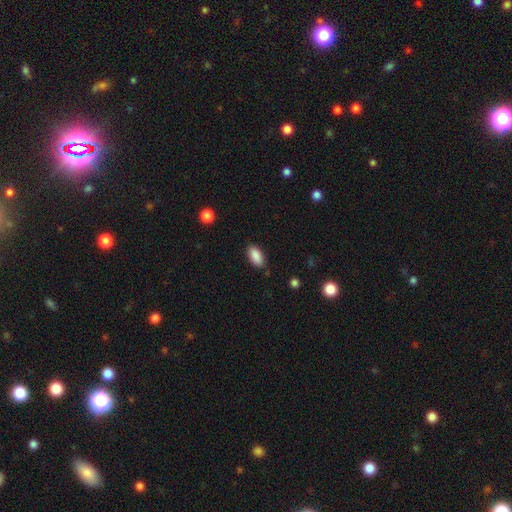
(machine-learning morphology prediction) The model was most divided on "merging": none: 84%, minor disturbance: 12%, major disturbance: 3%, merger: 1%. More confident: how rounded — in between (93%); smooth or featured — smooth (89%).